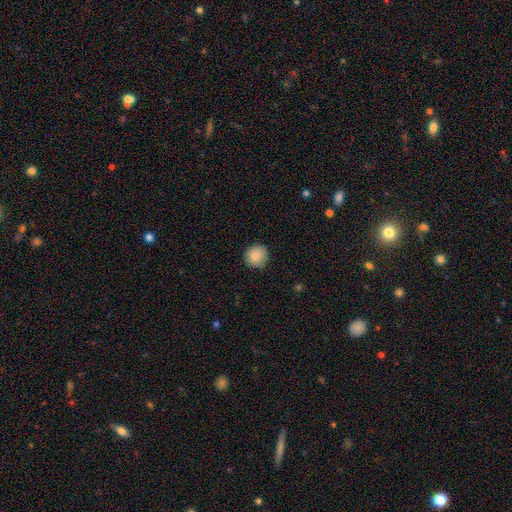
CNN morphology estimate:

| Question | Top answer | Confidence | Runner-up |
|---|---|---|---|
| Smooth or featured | smooth | 87% | star or artifact (8%) |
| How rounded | round | 92% | in between (7%) |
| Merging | none | 86% | minor disturbance (11%) |